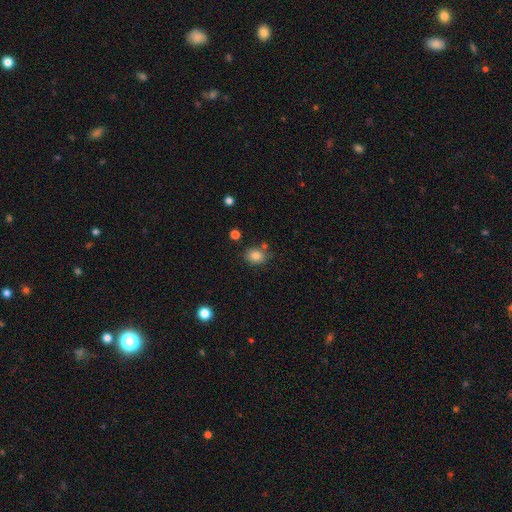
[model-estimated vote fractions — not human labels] smooth_or_featured: smooth (p=0.83) [alt: star or artifact p=0.11]
how_rounded: round (p=0.53) [alt: in between p=0.46]
merging: none (p=0.73) [alt: minor disturbance p=0.14]